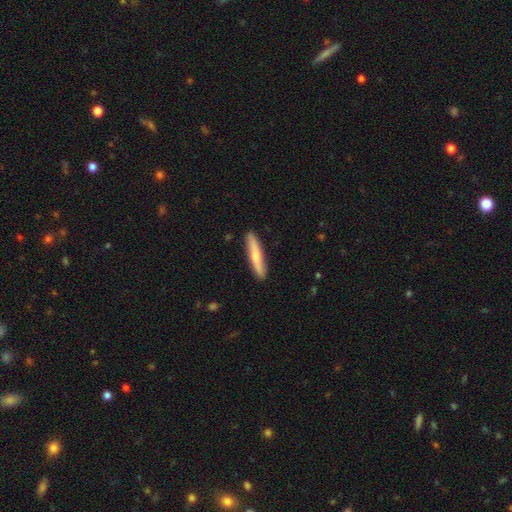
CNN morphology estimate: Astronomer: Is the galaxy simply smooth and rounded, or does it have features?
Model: smooth — 62%.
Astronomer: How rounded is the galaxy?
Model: cigar-shaped — 90%.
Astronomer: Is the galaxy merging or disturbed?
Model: none — 88%.